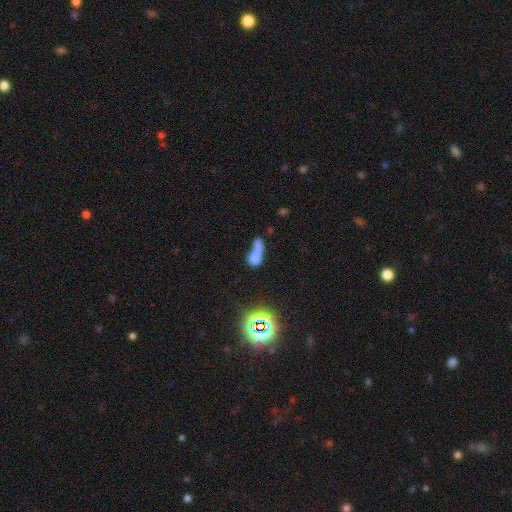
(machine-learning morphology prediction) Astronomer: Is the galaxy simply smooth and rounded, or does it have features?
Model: smooth — 63%.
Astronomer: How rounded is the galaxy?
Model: in between — 51% (runner-up: round, 33%).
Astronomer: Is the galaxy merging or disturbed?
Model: merger — 55%.